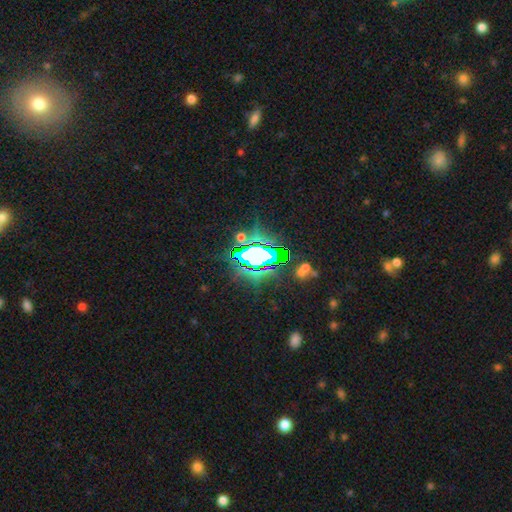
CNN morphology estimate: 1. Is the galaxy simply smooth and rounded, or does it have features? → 71% star or artifact, 16% smooth, 13% featured or disk.